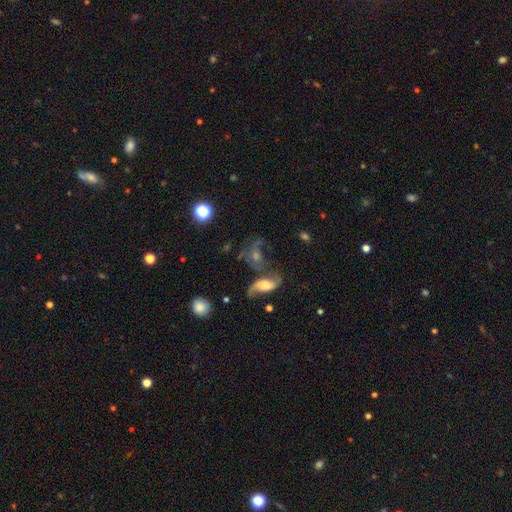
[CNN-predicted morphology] Smooth or featured? Predicted: featured or disk (p=0.61). Edge-on disk? Predicted: no (p=0.92). Bar? Predicted: no (p=0.58). Spiral arms? Predicted: yes (p=0.83). Bulge size? Predicted: moderate (p=0.46). Merging? Predicted: none (p=0.38).